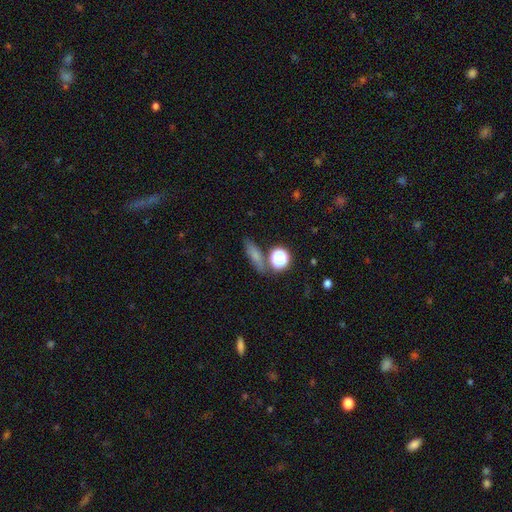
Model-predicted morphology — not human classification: Q: Smooth or featured?
A: smooth (65%); runner-up: star or artifact (20%)
Q: How rounded?
A: cigar-shaped (44%); runner-up: in between (36%)
Q: Merging?
A: none (72%); runner-up: minor disturbance (13%)